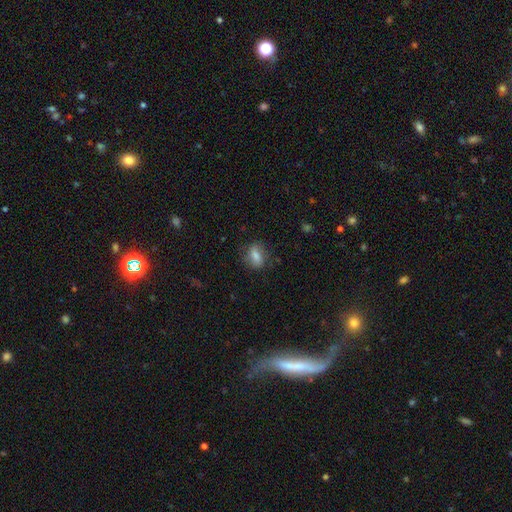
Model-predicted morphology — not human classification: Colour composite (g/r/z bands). It shows a smooth galaxy with no disk features (77%) that is in between round and cigar-shaped (74%). Merging: none (73%).